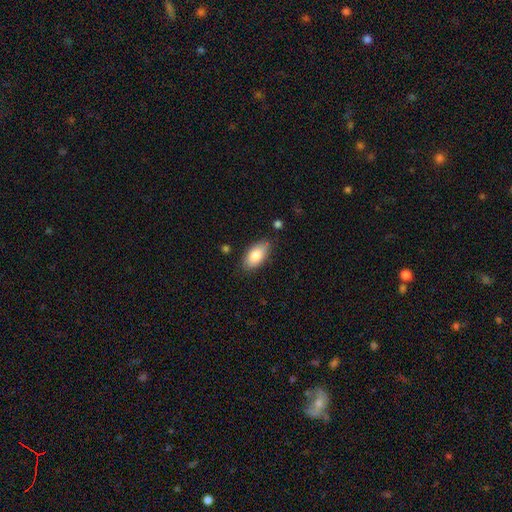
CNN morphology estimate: A smooth galaxy with no disk features (84%) that is in between round and cigar-shaped (92%).

Vote fractions:
- Smooth or featured? smooth: 84% / featured or disk: 10% / star or artifact: 7%
- How rounded? in between: 92% / cigar-shaped: 5% / round: 3%
- Merging? none: 81% / minor disturbance: 14% / major disturbance: 3% / merger: 2%